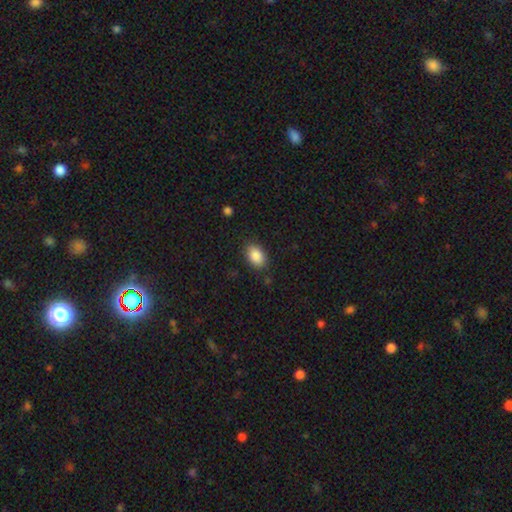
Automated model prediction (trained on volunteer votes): Q: Smooth or featured?
A: smooth (88%); runner-up: star or artifact (7%)
Q: How rounded?
A: in between (88%); runner-up: round (11%)
Q: Merging?
A: none (85%); runner-up: minor disturbance (11%)